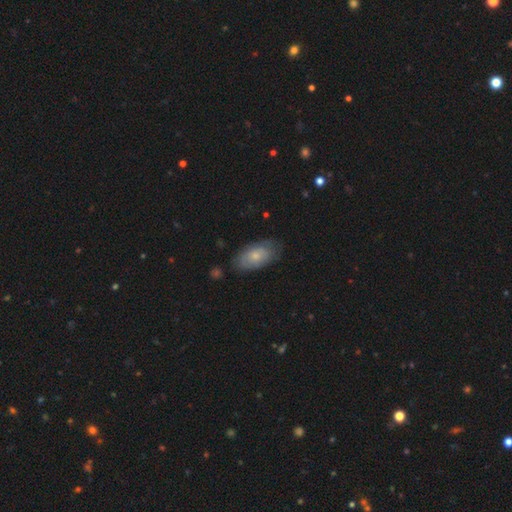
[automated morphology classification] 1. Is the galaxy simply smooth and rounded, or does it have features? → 64% smooth, 29% featured or disk, 7% star or artifact.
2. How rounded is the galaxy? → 92% in between, 5% round, 3% cigar-shaped.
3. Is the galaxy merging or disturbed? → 72% none, 21% minor disturbance, 5% major disturbance, 2% merger.